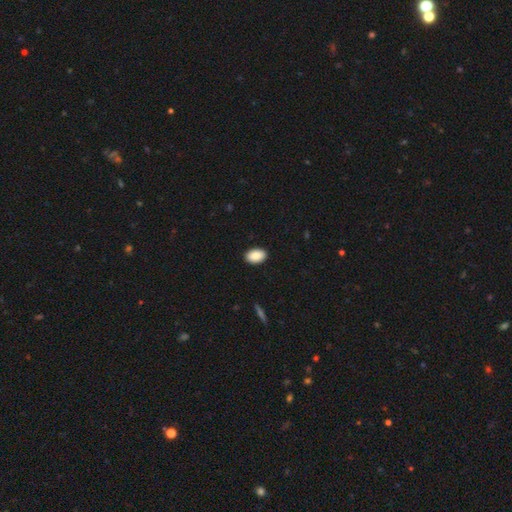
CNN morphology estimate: smooth_or_featured: smooth (p=0.89) [alt: star or artifact p=0.07]
how_rounded: in between (p=0.91) [alt: round p=0.07]
merging: none (p=0.90) [alt: minor disturbance p=0.07]